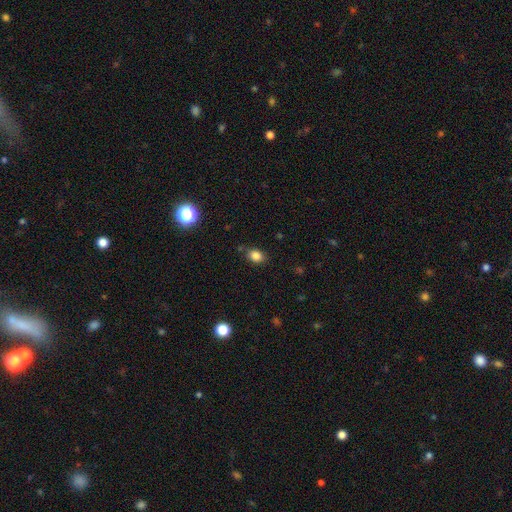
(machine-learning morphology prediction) Smooth or featured: smooth — 83% (star or artifact — 12%)
How rounded: in between — 63% (round — 36%)
Merging: none — 81% (minor disturbance — 13%)